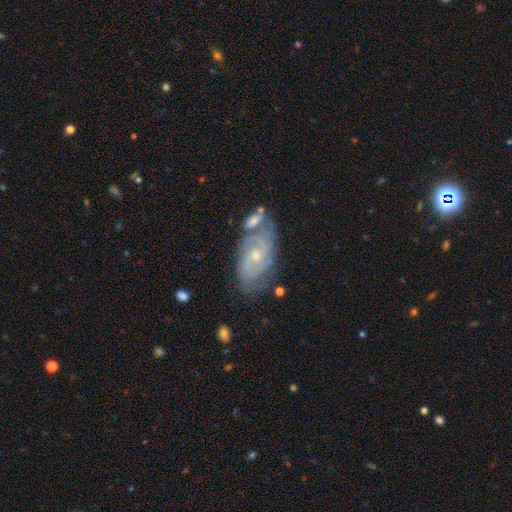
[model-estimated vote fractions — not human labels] This is clearly a featured or disk galaxy (81%). It is clearly not viewed edge-on (95%). Bar: likely no (62%). Spiral arm pattern: clearly yes (93%). Spiral arm count: possibly 2 (50%). Spiral winding: possibly tight (53%). Central bulge: possibly small (55%). Merging: possibly none (57%).